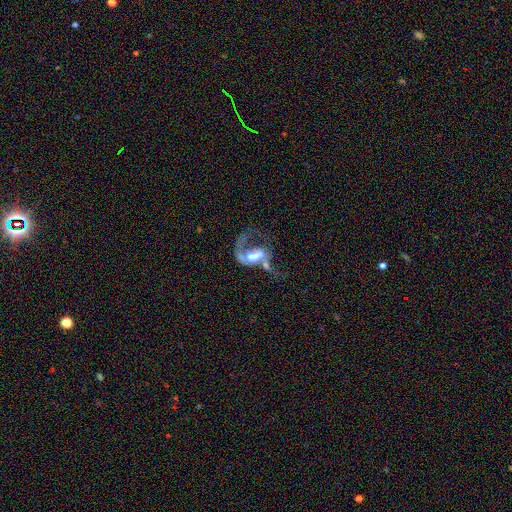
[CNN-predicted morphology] The model was most divided on "merging": merger: 44%, major disturbance: 35%, none: 13%, minor disturbance: 8%. Remaining: edge-on disk — no (96%); smooth or featured — featured or disk (66%); spiral arms — yes (62%); bar — no (50%); bulge size — moderate (43%).